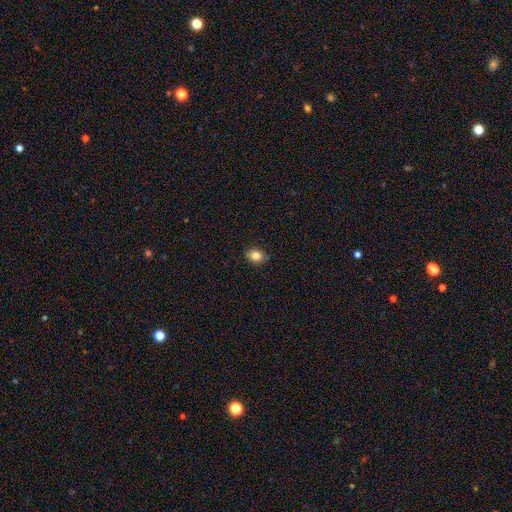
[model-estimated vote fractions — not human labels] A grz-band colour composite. It shows a smooth galaxy with no disk features (84%) that is round (51%). Merging: none (88%).